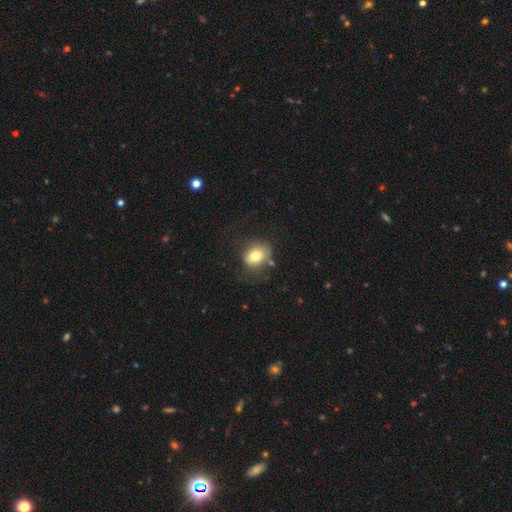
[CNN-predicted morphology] This is likely a smooth galaxy (76%). How rounded: possibly in between (50%). Merging: likely none (66%).